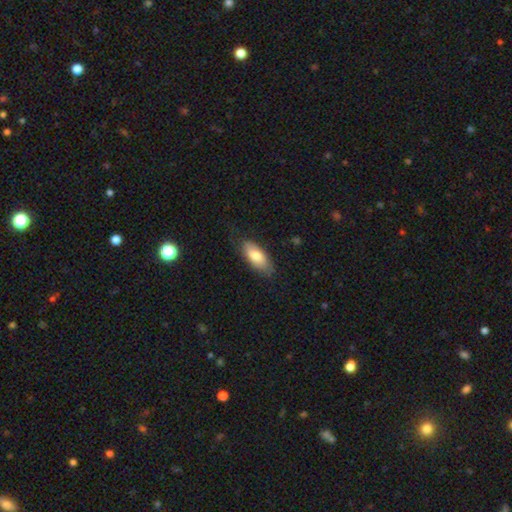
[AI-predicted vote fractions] Smooth or featured: smooth — 77% (featured or disk — 18%)
How rounded: in between — 87% (cigar-shaped — 11%)
Merging: none — 73% (minor disturbance — 21%)